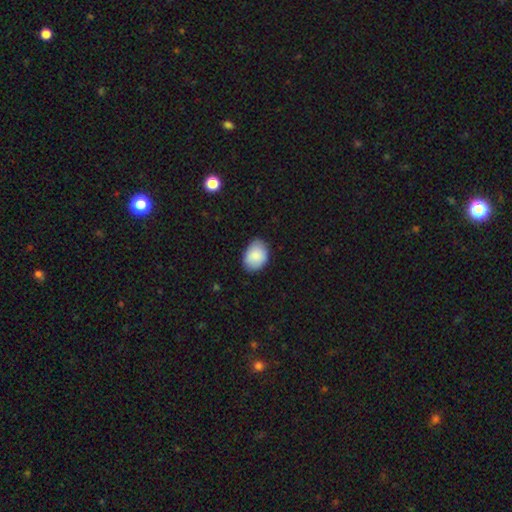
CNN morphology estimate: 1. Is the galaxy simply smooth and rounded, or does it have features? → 87% smooth, 6% star or artifact, 6% featured or disk.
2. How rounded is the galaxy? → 73% in between, 26% round, 1% cigar-shaped.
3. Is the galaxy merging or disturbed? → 77% none, 19% minor disturbance, 3% major disturbance, 1% merger.